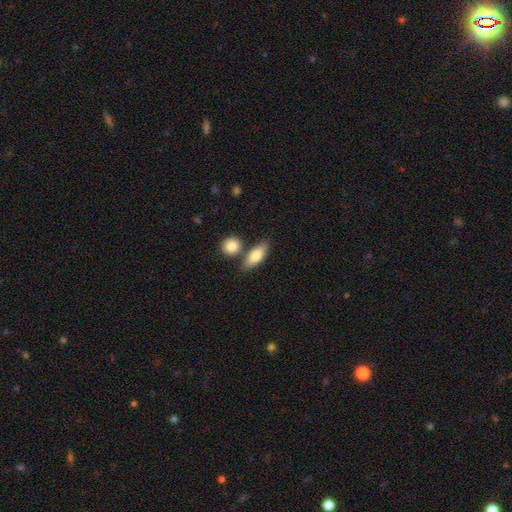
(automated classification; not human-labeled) Smooth or featured? smooth (76%)
How rounded? in between (69%)
Merging? none (64%)